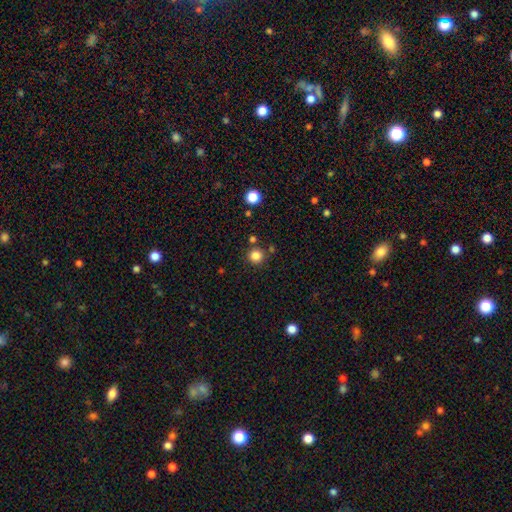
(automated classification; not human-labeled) Smooth or featured? Predicted: smooth (p=0.83). How rounded? Predicted: round (p=0.94). Merging? Predicted: none (p=0.85).